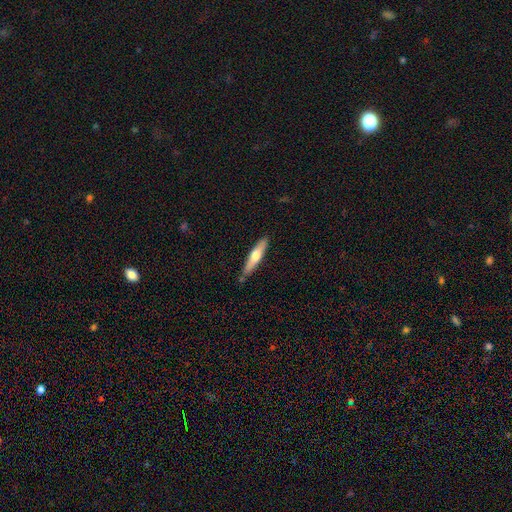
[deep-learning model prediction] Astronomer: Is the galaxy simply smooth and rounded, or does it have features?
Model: smooth — 52% (runner-up: featured or disk, 43%).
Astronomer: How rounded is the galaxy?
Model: cigar-shaped — 84%.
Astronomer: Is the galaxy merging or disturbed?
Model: none — 81%.